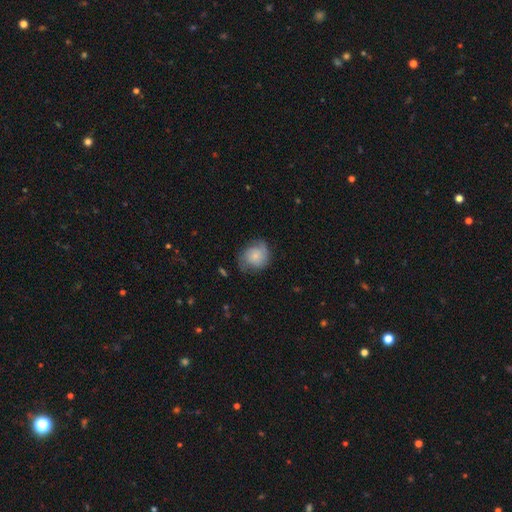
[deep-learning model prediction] A smooth galaxy with no disk features (53%) that is round (73%). Merging: none (62%).